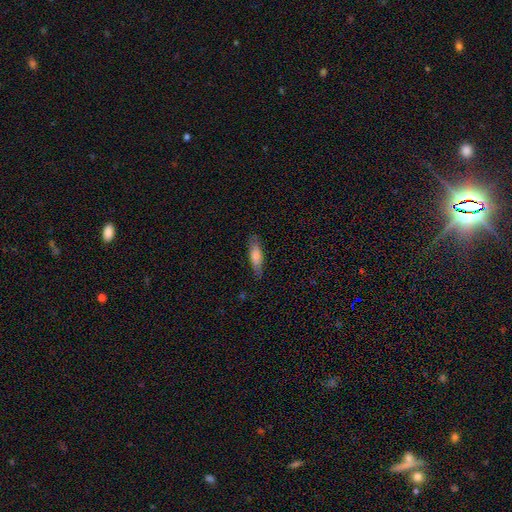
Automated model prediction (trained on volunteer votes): Smooth or featured?
  - smooth: 74% *
  - featured or disk: 20%
  - star or artifact: 6%
How rounded?
  - cigar-shaped: 52% *
  - in between: 46%
  - round: 2%
Merging?
  - none: 80% *
  - minor disturbance: 15%
  - major disturbance: 3%
  - merger: 1%